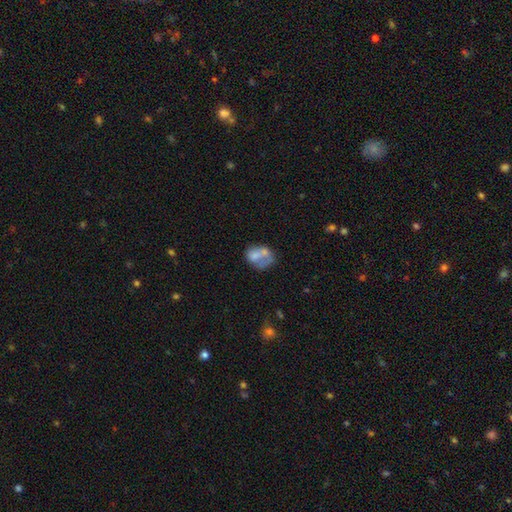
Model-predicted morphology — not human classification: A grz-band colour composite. It shows a smooth galaxy with no disk features (56%) that is in between round and cigar-shaped (65%). Merging: merger (32%).